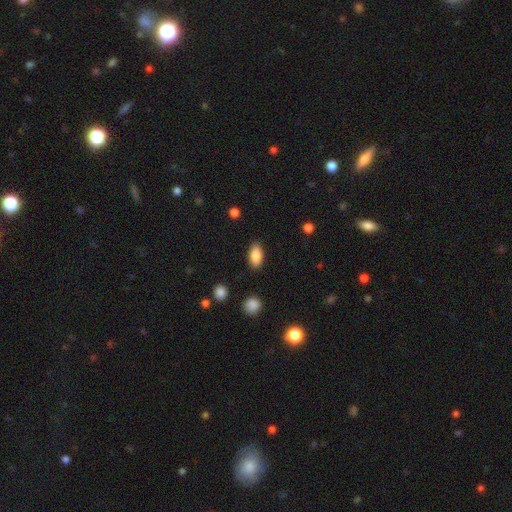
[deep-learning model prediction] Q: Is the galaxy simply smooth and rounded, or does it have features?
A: smooth — 85%.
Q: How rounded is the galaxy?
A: in between — 89%.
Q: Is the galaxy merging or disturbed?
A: none — 87%.